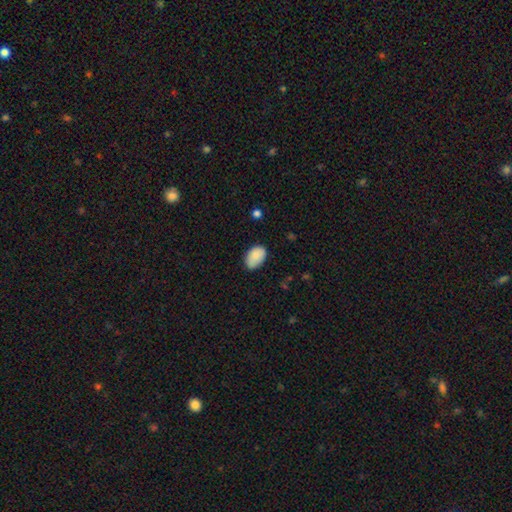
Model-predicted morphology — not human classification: The model was most divided on "merging": none: 75%, minor disturbance: 20%, major disturbance: 3%, merger: 1%. More confident: how rounded — in between (90%); smooth or featured — smooth (87%).